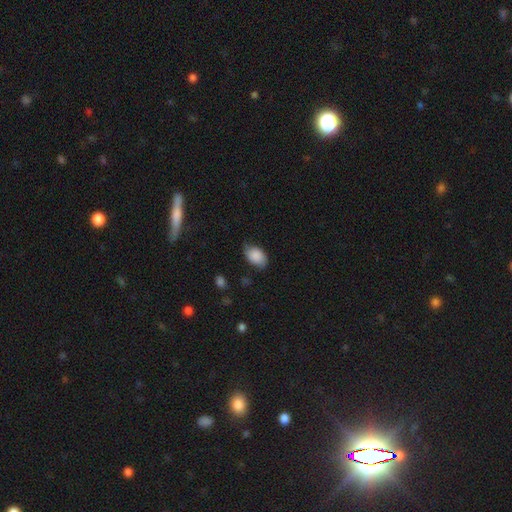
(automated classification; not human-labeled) Smooth or featured?
  - smooth: 83% *
  - featured or disk: 10%
  - star or artifact: 7%
How rounded?
  - in between: 88% *
  - round: 10%
  - cigar-shaped: 1%
Merging?
  - none: 62% *
  - minor disturbance: 30%
  - major disturbance: 6%
  - merger: 2%